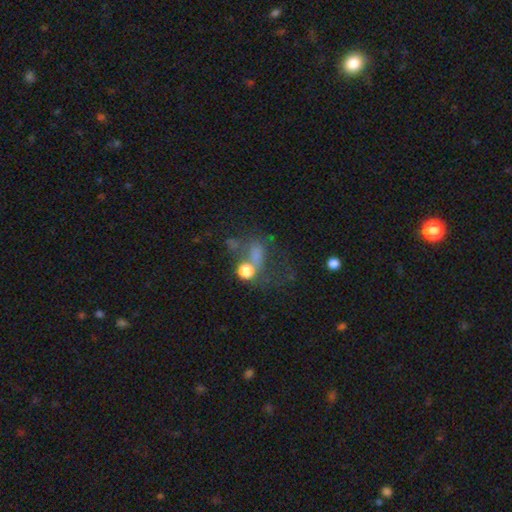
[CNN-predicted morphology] Q: Smooth or featured?
A: smooth (48%); runner-up: featured or disk (27%)
Q: Merging?
A: major disturbance (34%); runner-up: none (30%)